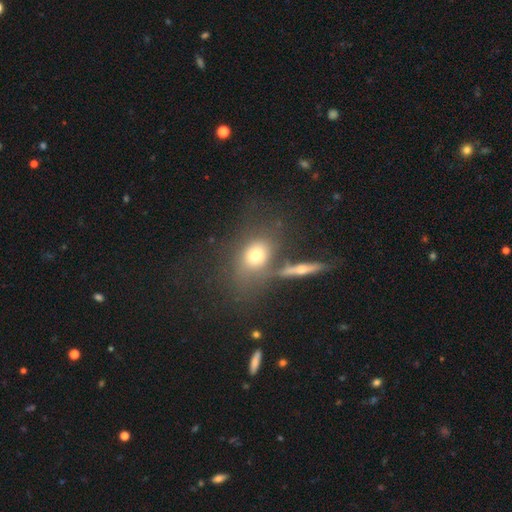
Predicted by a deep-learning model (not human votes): A smooth galaxy with no disk features (65%) that is in between round and cigar-shaped (55%).

Vote fractions:
- Smooth or featured? smooth: 65% / featured or disk: 22% / star or artifact: 13%
- How rounded? in between: 55% / round: 41% / cigar-shaped: 4%
- Merging? none: 53% / merger: 22% / minor disturbance: 14% / major disturbance: 11%